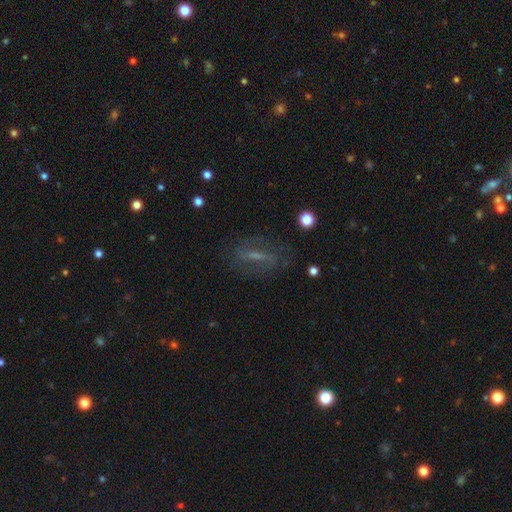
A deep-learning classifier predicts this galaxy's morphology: This is possibly a featured or disk galaxy (53%). It is likely not viewed edge-on (73%). Merging: likely none (73%).